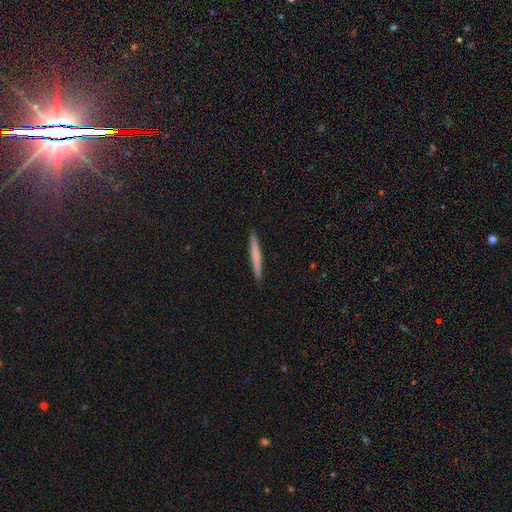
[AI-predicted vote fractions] A smooth galaxy with no disk features (63%) that is cigar-shaped (97%). Merging: none (92%).